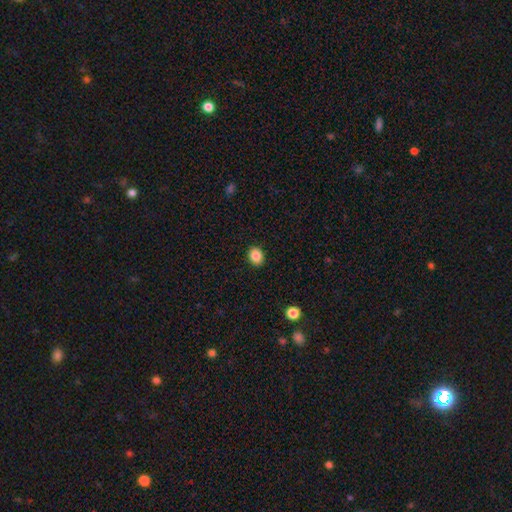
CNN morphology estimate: Overall: smooth (86%). How rounded: round (54%; in between 45%). Merging: none (91%).